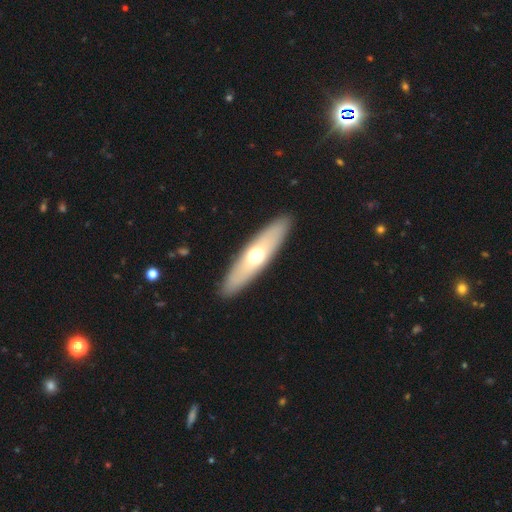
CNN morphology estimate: This appears to be a smooth galaxy with no disk features (53%) that is cigar-shaped (68%). Merging: none (91%).